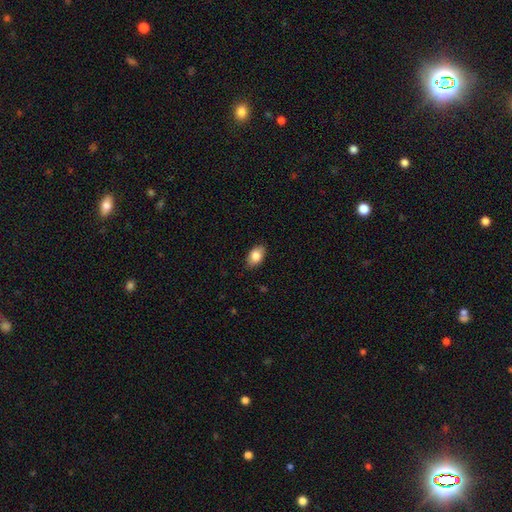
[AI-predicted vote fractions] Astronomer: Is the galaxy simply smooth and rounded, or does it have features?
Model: smooth — 85%.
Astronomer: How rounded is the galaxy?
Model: in between — 89%.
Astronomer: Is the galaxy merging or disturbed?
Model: none — 85%.